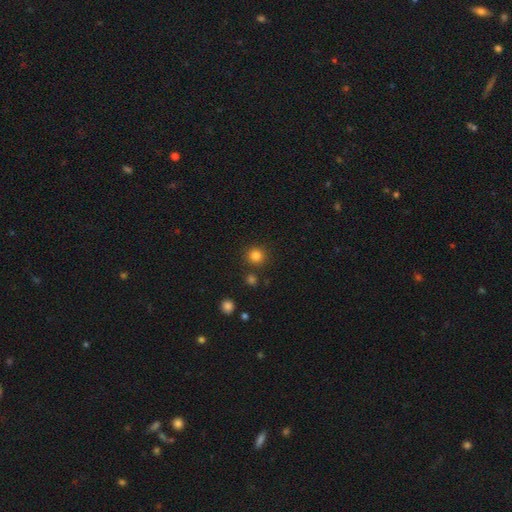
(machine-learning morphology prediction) Smooth or featured: smooth — 83% (star or artifact — 13%)
How rounded: round — 93% (in between — 6%)
Merging: none — 86% (minor disturbance — 6%)